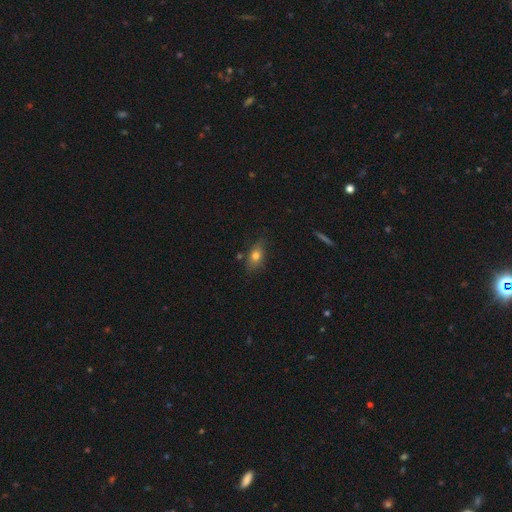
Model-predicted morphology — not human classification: The model was most divided on "merging": none: 74%, minor disturbance: 18%, merger: 4%, major disturbance: 4%. More confident: how rounded — in between (82%); smooth or featured — smooth (75%).